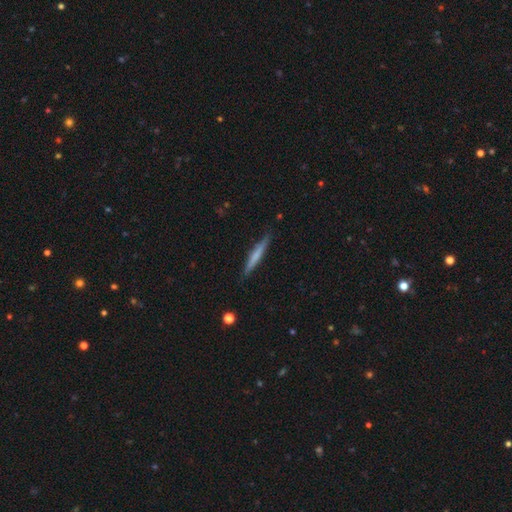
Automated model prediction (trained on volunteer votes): Overall: smooth (57%; featured or disk 37%). How rounded: cigar-shaped (95%). Merging: none (86%).